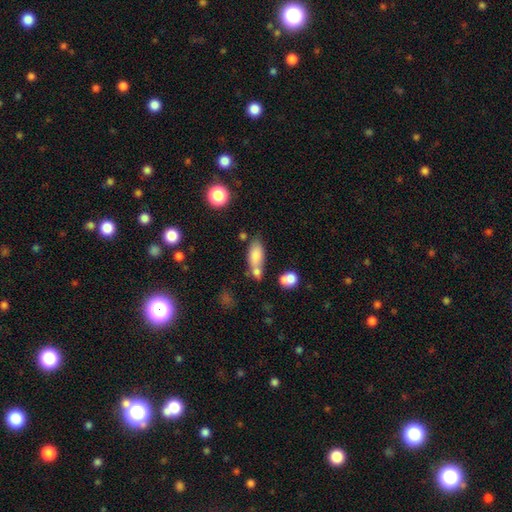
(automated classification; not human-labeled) Morphology: type=smooth (79%); roundness=in between (83%); merging=none (43%).